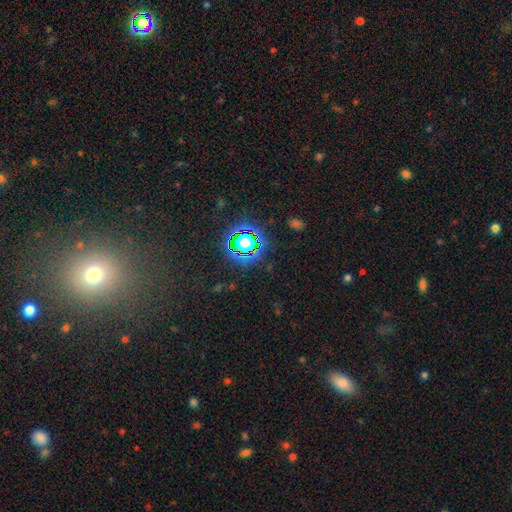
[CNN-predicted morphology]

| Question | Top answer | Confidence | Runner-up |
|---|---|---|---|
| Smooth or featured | star or artifact | 64% | smooth (26%) |